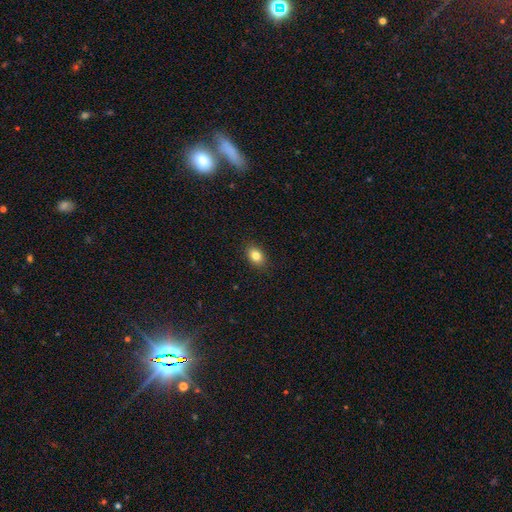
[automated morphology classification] Smooth or featured? smooth (83%)
How rounded? in between (75%)
Merging? none (89%)